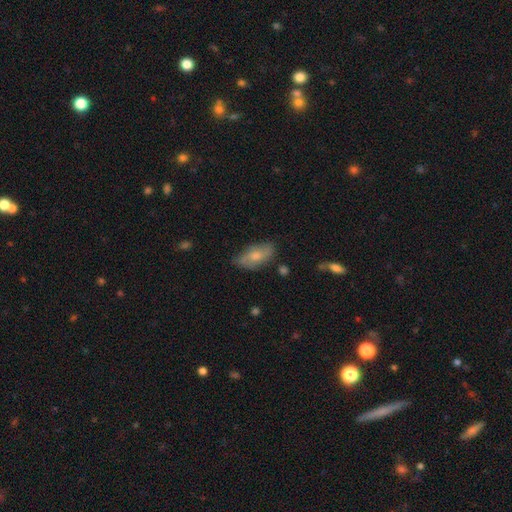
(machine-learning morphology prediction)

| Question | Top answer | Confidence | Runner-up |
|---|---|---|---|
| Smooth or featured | smooth | 62% | featured or disk (30%) |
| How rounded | in between | 88% | cigar-shaped (8%) |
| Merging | none | 69% | minor disturbance (24%) |